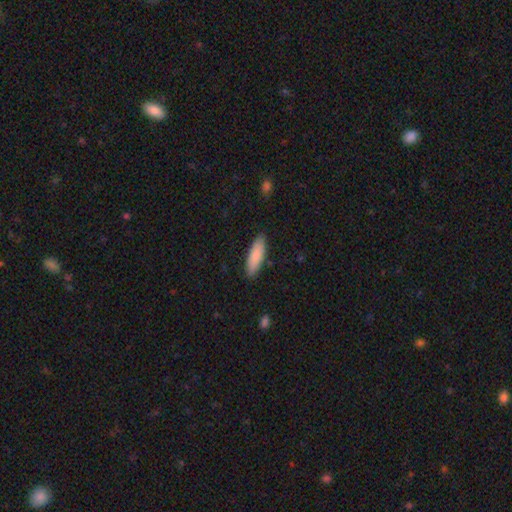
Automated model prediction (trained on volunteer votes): A smooth galaxy with no disk features (86%) that is in between round and cigar-shaped (54%). Merging: none (87%).